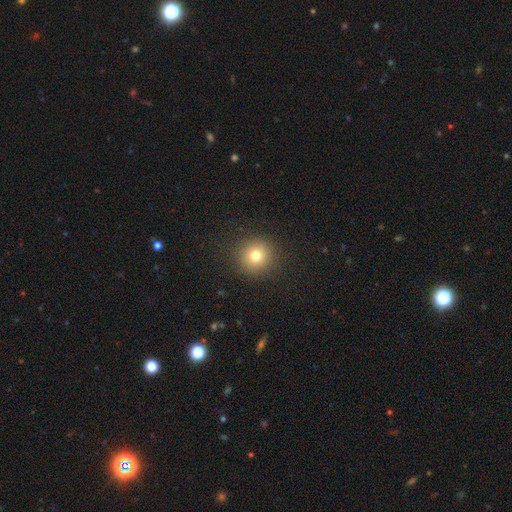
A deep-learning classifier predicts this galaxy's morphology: A smooth galaxy with no disk features (75%) that is round (93%).

Vote fractions:
- Smooth or featured? smooth: 75% / star or artifact: 15% / featured or disk: 9%
- How rounded? round: 93% / in between: 6% / cigar-shaped: 1%
- Merging? none: 90% / minor disturbance: 6% / major disturbance: 3% / merger: 1%